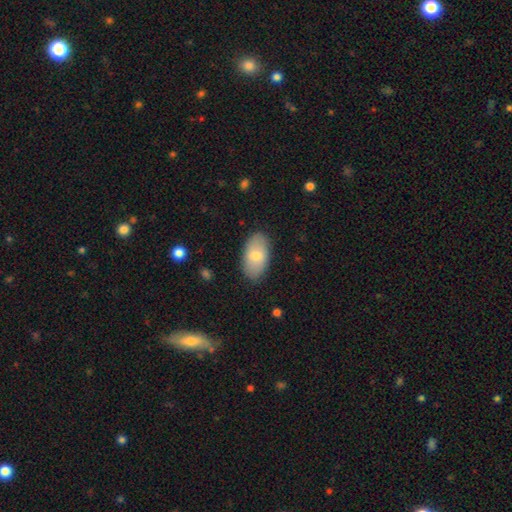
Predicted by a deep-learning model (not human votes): Smooth or featured? smooth (74%)
How rounded? in between (94%)
Merging? none (86%)